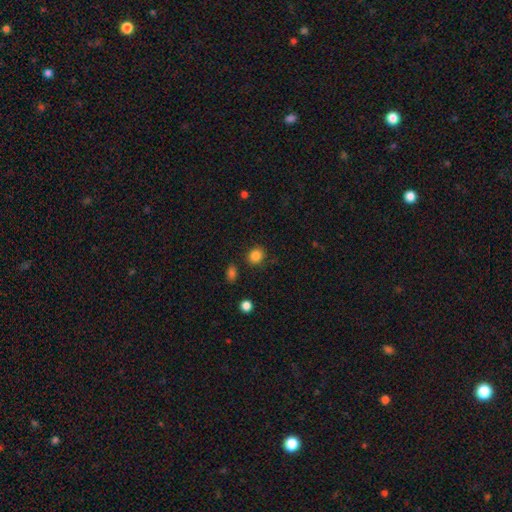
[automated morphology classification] Smooth or featured: smooth — 85% (star or artifact — 11%)
How rounded: round — 81% (in between — 18%)
Merging: none — 85% (minor disturbance — 9%)